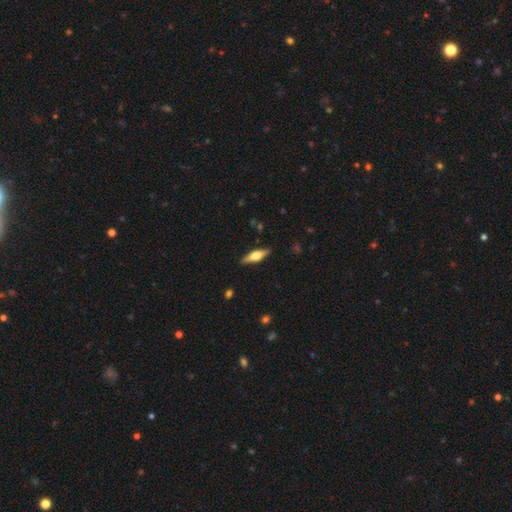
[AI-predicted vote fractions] Smooth or featured?
  - featured or disk: 54% *
  - smooth: 40%
  - star or artifact: 6%
Edge-on disk?
  - yes: 94% *
  - no: 6%
Edge-on bulge?
  - rounded: 91% *
  - boxy: 7%
  - none: 2%
Merging?
  - none: 89% *
  - minor disturbance: 8%
  - major disturbance: 2%
  - merger: 1%